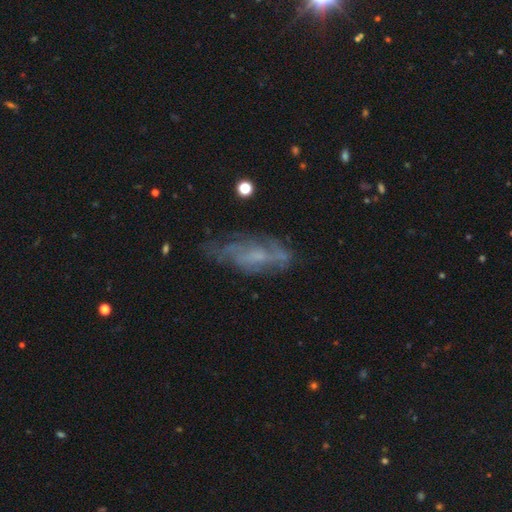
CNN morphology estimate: featured or disk 63%, smooth 27%, star or artifact 11%. Down the decision tree: edge-on disk — no (83%); bar — no (64%); spiral arms — yes (63%); bulge size — small (47%); merging — none (56%).